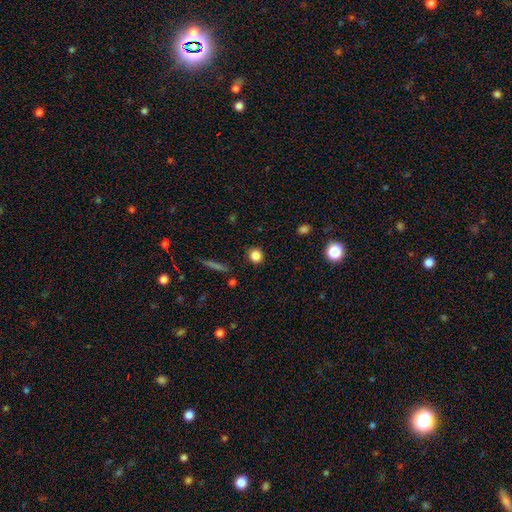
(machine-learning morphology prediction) smooth-or-featured: smooth: 84% | star or artifact: 11% | featured or disk: 5%
  how-rounded: round: 89% | in between: 9% | cigar-shaped: 2%
  merging: none: 90% | minor disturbance: 6% | major disturbance: 2% | merger: 2%